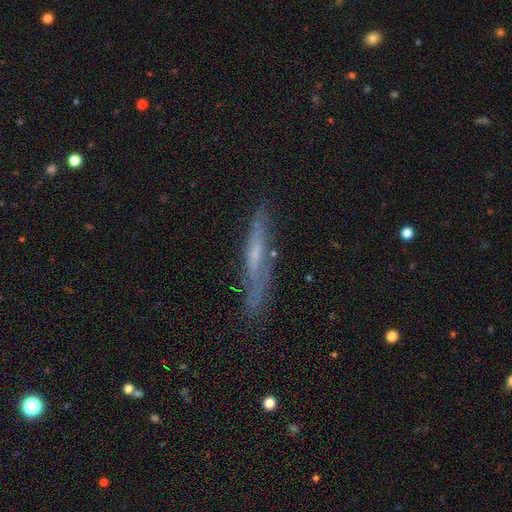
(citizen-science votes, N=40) This appears to be a featured or disk galaxy (68%) viewed edge-on (52%) with a rounded central bulge (57%). Merging: none (60%).